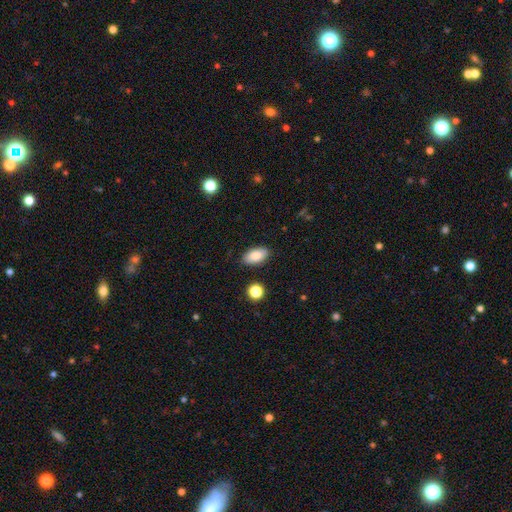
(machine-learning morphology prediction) smooth 83%, featured or disk 9%, star or artifact 8%. Down the decision tree: how rounded — in between (92%); merging — none (86%).